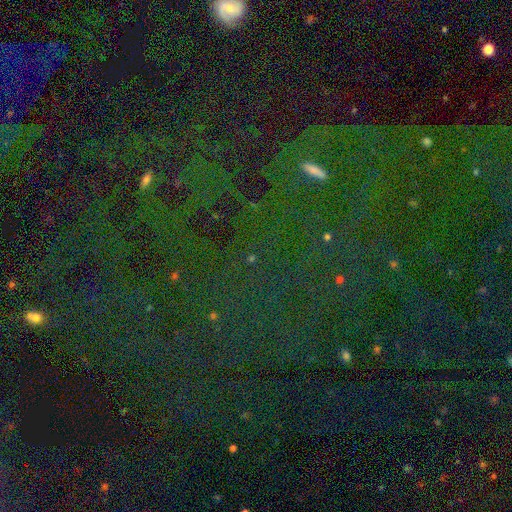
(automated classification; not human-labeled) Morphology: type=star or artifact (78%).